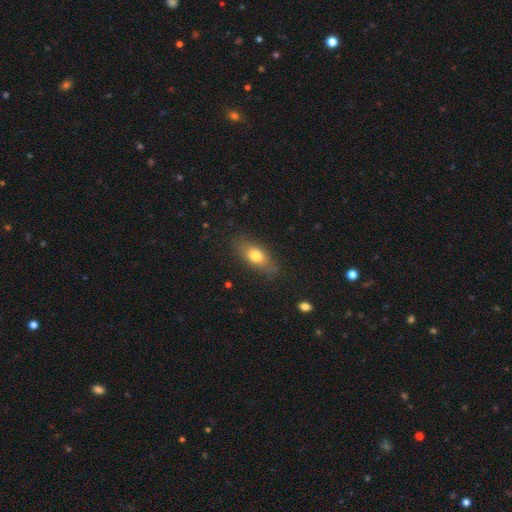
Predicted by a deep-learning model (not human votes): Smooth or featured? smooth (71%)
How rounded? in between (74%)
Merging? none (80%)